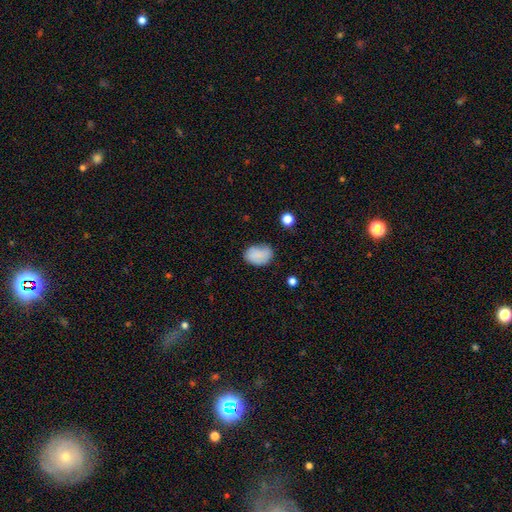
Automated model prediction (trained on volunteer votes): The model was most divided on "merging": none: 66%, minor disturbance: 25%, major disturbance: 6%, merger: 2%. More confident: smooth or featured — smooth (83%); how rounded — in between (79%).